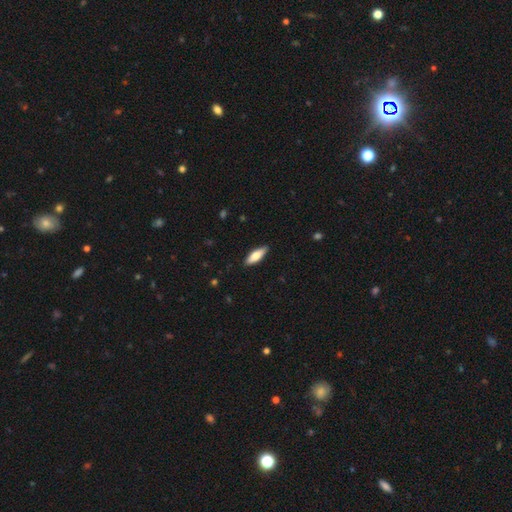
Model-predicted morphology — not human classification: type=smooth (67%); roundness=in between (56%); merging=none (88%).